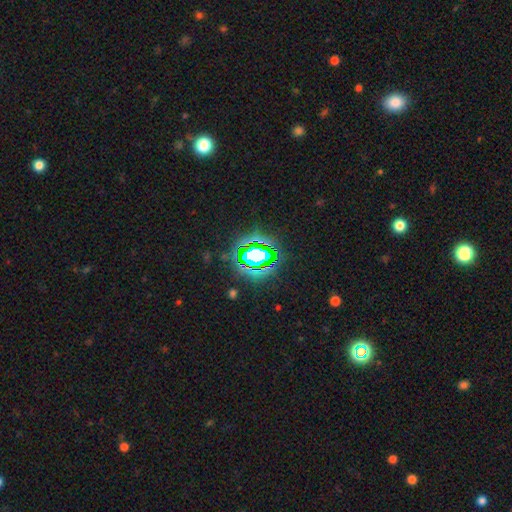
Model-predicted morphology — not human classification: smooth-or-featured: star or artifact: 68% | smooth: 19% | featured or disk: 13%